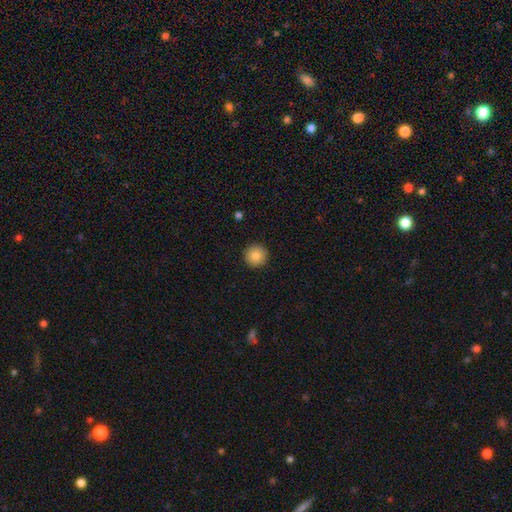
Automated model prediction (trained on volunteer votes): smooth-or-featured: smooth: 86% | star or artifact: 9% | featured or disk: 5%
  how-rounded: round: 96% | in between: 3% | cigar-shaped: 1%
  merging: none: 93% | minor disturbance: 5% | major disturbance: 2% | merger: 1%